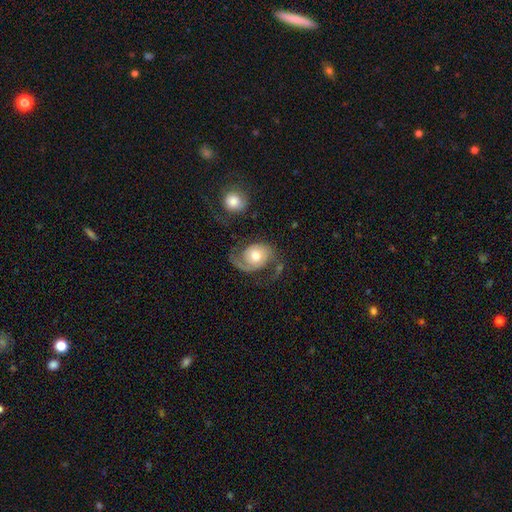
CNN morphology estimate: The model was most divided on "spiral winding": medium: 42%, loose: 36%, tight: 22%. Remaining: edge-on disk — no (97%); spiral arms — yes (93%); smooth or featured — featured or disk (75%); bar — no (75%); spiral arm count — 2 (68%); bulge size — moderate (66%); merging — none (48%).